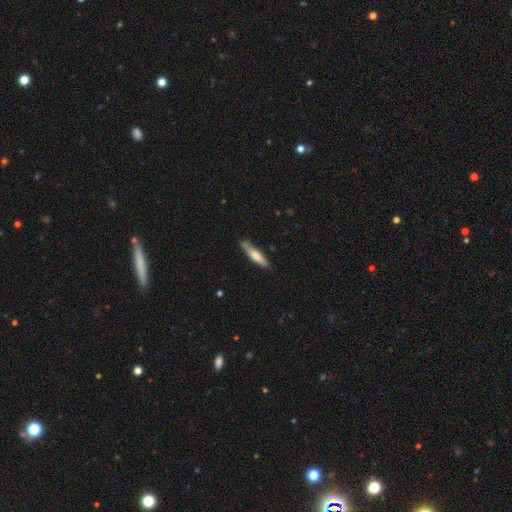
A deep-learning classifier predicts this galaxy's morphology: A smooth galaxy with no disk features (60%) that is cigar-shaped (82%). Merging: none (76%).